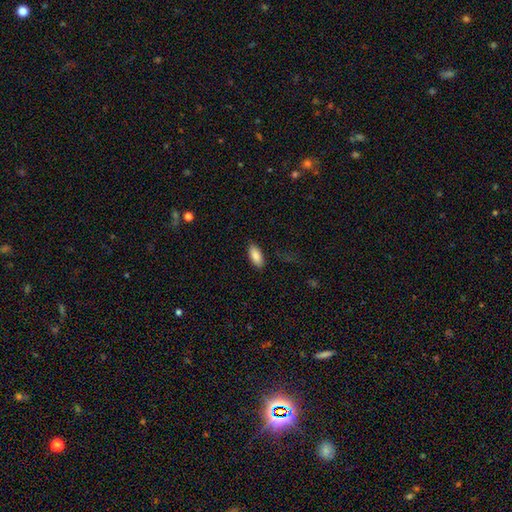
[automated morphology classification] smooth-or-featured: smooth: 87% | star or artifact: 7% | featured or disk: 6%
  how-rounded: in between: 87% | cigar-shaped: 11% | round: 2%
  merging: none: 86% | minor disturbance: 10% | major disturbance: 3% | merger: 1%